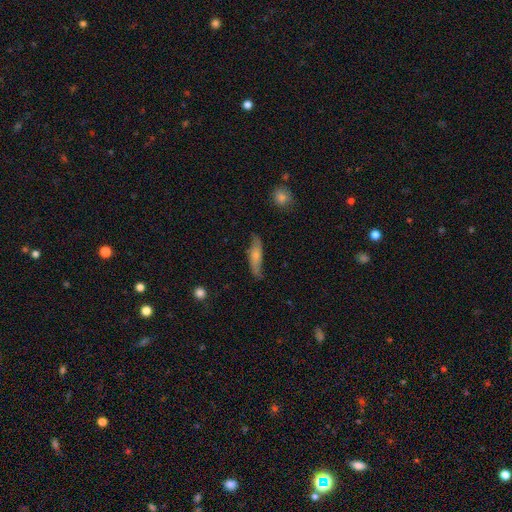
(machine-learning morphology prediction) smooth 55%, featured or disk 39%, star or artifact 6%. Down the decision tree: how rounded — cigar-shaped (62%); merging — none (67%).